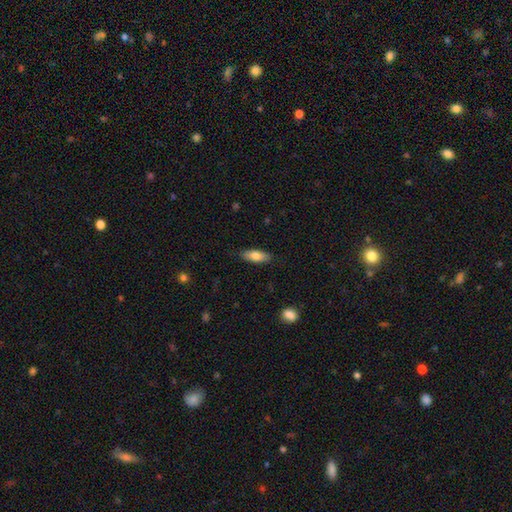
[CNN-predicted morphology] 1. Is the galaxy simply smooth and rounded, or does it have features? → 77% smooth, 16% featured or disk, 6% star or artifact.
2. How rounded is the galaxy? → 69% in between, 28% cigar-shaped, 2% round.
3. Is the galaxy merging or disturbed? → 86% none, 11% minor disturbance, 2% major disturbance, 1% merger.